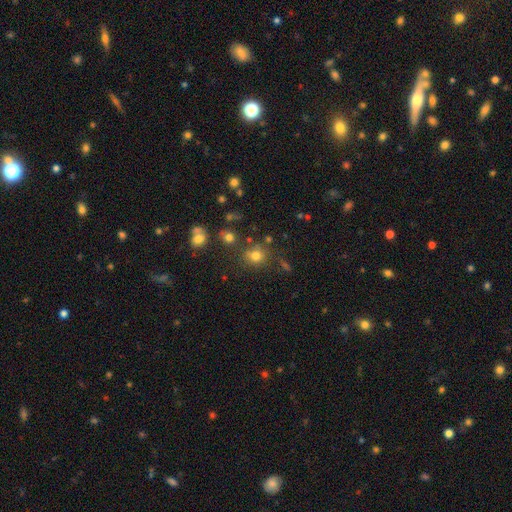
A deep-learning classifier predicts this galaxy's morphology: A smooth galaxy with no disk features (75%) that is round (82%). Merging: none (74%).